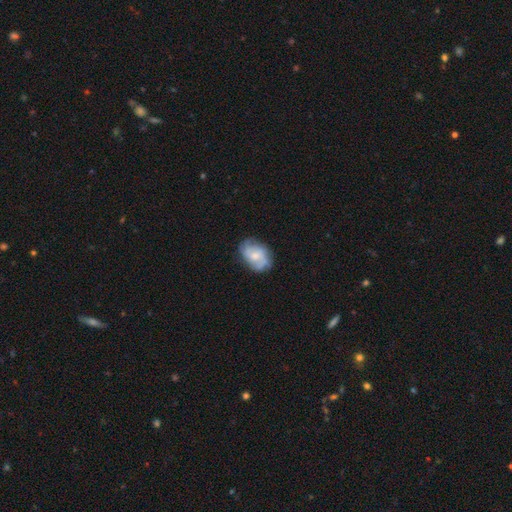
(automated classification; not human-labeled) The model was most divided on "bulge size": moderate: 43%, small: 41%, none: 9%, large: 5%, dominant: 1%. More confident: edge-on disk — no (97%); spiral arms — yes (80%); merging — none (67%); bar — no (63%); smooth or featured — featured or disk (56%).